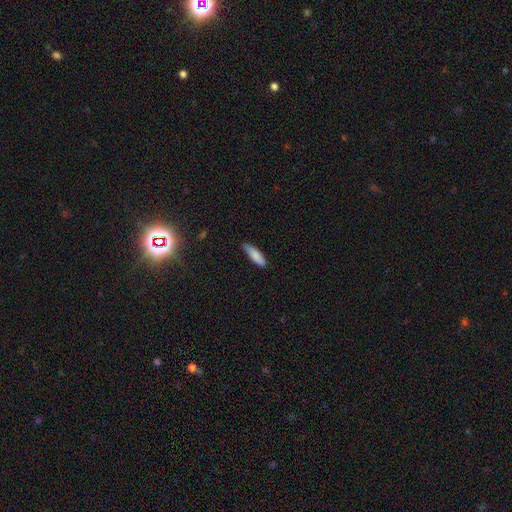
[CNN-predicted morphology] Smooth or featured: smooth — 84% (featured or disk — 9%)
How rounded: cigar-shaped — 56% (in between — 43%)
Merging: none — 75% (minor disturbance — 21%)